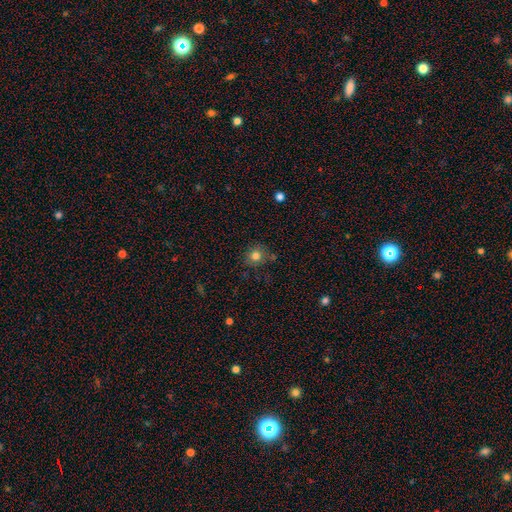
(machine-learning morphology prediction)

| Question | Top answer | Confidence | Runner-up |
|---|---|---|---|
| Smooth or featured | smooth | 80% | star or artifact (13%) |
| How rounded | round | 83% | in between (16%) |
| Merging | none | 75% | minor disturbance (16%) |